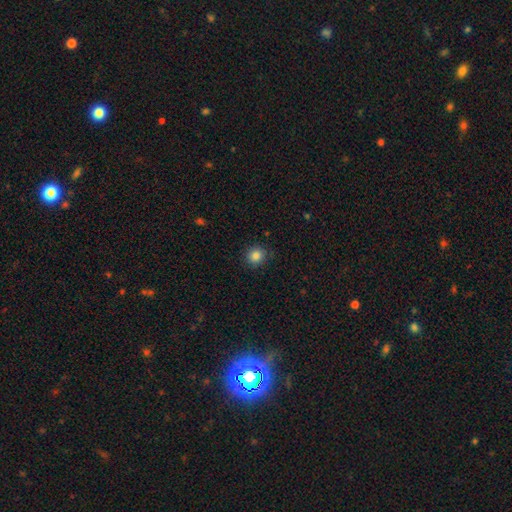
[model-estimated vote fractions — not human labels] Smooth or featured? smooth (85%)
How rounded? round (90%)
Merging? none (89%)